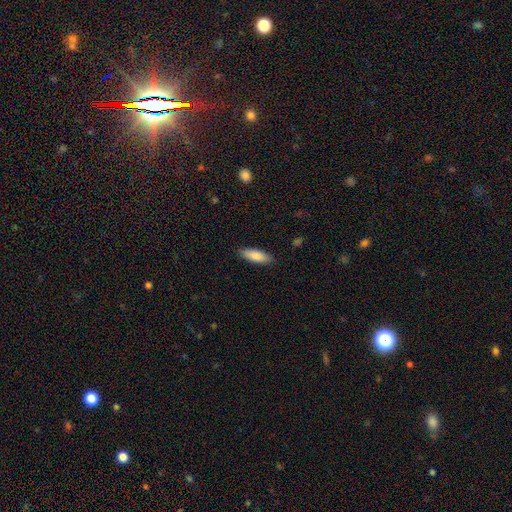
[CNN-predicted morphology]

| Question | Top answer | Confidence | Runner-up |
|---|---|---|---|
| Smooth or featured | smooth | 85% | featured or disk (9%) |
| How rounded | in between | 58% | cigar-shaped (41%) |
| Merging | none | 88% | minor disturbance (9%) |